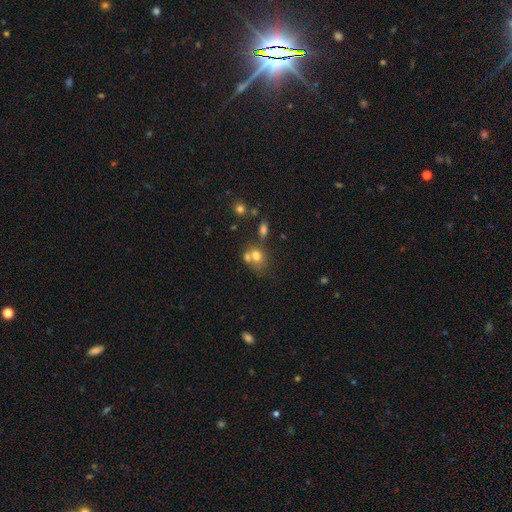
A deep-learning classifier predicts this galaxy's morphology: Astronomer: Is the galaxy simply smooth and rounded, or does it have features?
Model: smooth — 71%.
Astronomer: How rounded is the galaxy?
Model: round — 61% (runner-up: in between, 38%).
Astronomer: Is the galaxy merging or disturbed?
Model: merger — 45% (runner-up: none, 37%).